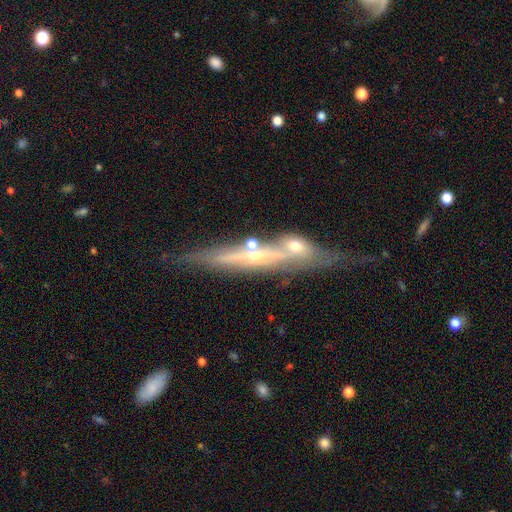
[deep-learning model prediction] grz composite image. It shows a featured or disk galaxy (72%) viewed edge-on (86%) with a rounded central bulge (53%). Merging: none (57%).